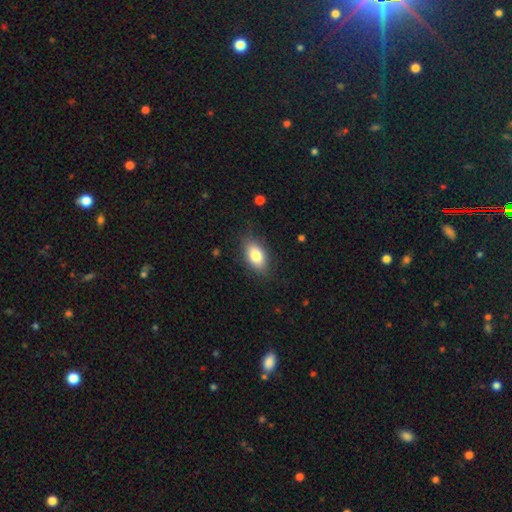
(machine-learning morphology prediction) Q: Smooth or featured?
A: smooth (81%); runner-up: featured or disk (12%)
Q: How rounded?
A: in between (90%); runner-up: round (6%)
Q: Merging?
A: none (82%); runner-up: minor disturbance (13%)